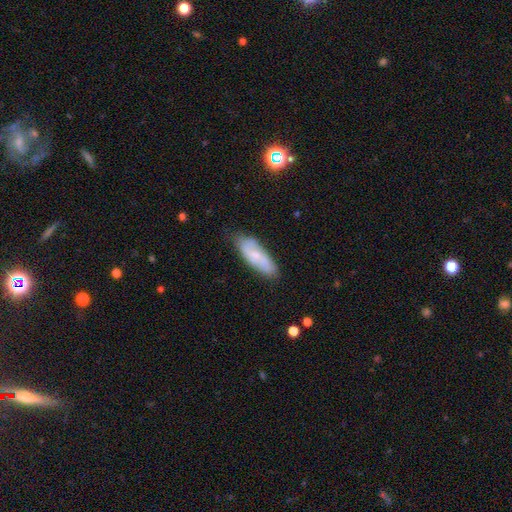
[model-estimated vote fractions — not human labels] Smooth or featured: smooth — 51% (featured or disk — 42%)
How rounded: in between — 59% (cigar-shaped — 38%)
Merging: none — 77% (minor disturbance — 18%)